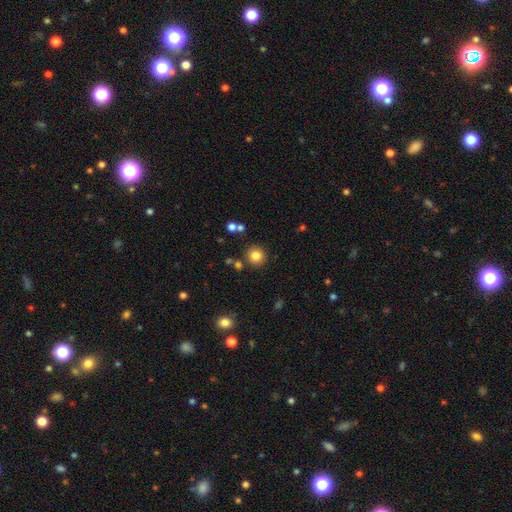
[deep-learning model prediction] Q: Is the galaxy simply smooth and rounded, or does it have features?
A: smooth — 82%.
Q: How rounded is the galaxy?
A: round — 94%.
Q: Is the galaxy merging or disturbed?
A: none — 85%.